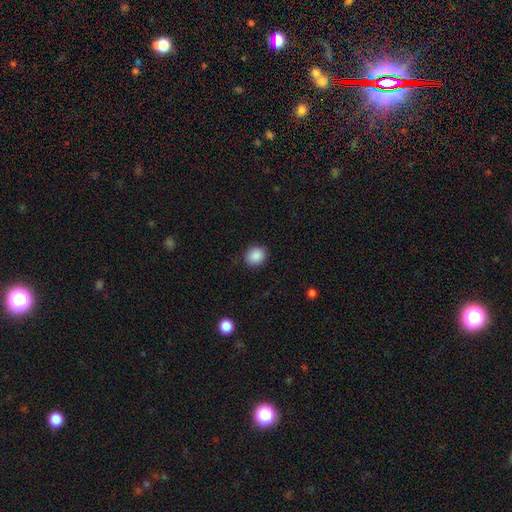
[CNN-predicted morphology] A smooth galaxy with no disk features (88%) that is round (71%).

Vote fractions:
- Smooth or featured? smooth: 88% / star or artifact: 9% / featured or disk: 3%
- How rounded? round: 71% / in between: 28% / cigar-shaped: 1%
- Merging? none: 88% / minor disturbance: 9% / major disturbance: 3% / merger: 1%